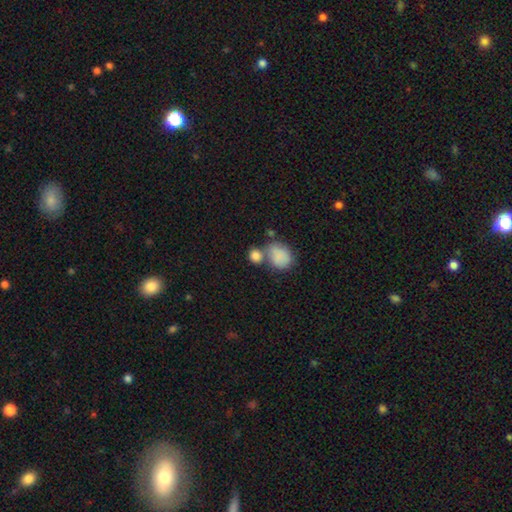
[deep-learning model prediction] smooth_or_featured: smooth (p=0.83) [alt: star or artifact p=0.09]
how_rounded: round (p=0.64) [alt: in between p=0.35]
merging: none (p=0.47) [alt: merger p=0.36]